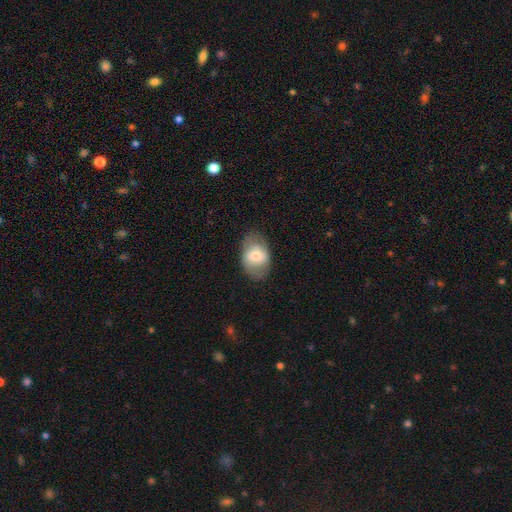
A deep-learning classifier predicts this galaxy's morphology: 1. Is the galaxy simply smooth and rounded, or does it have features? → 58% smooth, 35% featured or disk, 7% star or artifact.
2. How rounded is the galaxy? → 83% in between, 16% round, 1% cigar-shaped.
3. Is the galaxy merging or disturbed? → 77% none, 15% minor disturbance, 6% major disturbance, 1% merger.